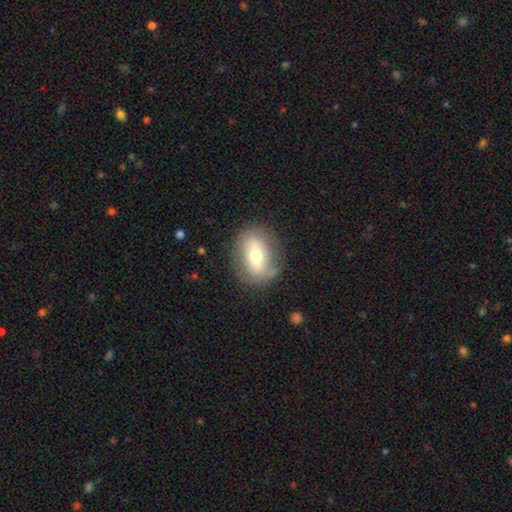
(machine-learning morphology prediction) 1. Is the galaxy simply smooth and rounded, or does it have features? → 54% smooth, 38% featured or disk, 8% star or artifact.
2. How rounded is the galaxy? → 72% in between, 25% round, 3% cigar-shaped.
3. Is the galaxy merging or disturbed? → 77% none, 16% minor disturbance, 6% major disturbance, 2% merger.